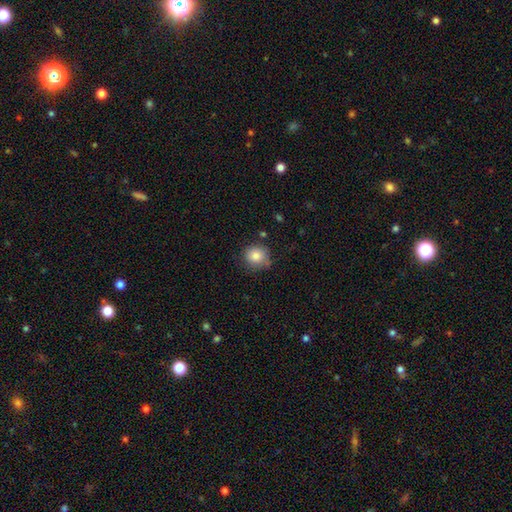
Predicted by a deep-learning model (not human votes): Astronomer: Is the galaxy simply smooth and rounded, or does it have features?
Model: smooth — 84%.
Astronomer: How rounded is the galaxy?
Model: round — 88%.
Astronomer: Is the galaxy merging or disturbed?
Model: none — 75%.